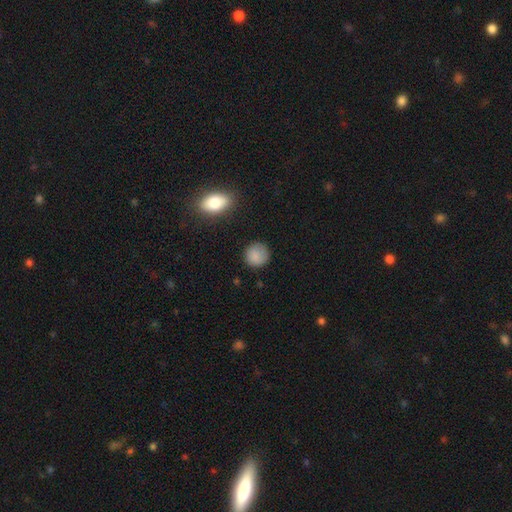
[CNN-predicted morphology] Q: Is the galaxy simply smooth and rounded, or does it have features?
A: smooth — 85%.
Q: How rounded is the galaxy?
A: round — 91%.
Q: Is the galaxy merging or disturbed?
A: none — 84%.